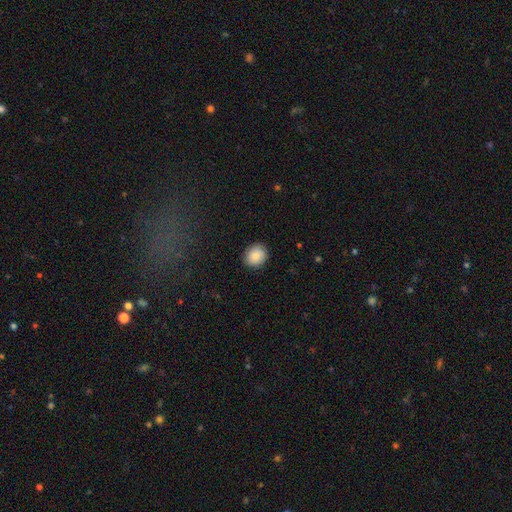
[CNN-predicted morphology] Overall: smooth (84%). How rounded: round (64%; in between 35%). Merging: none (86%).